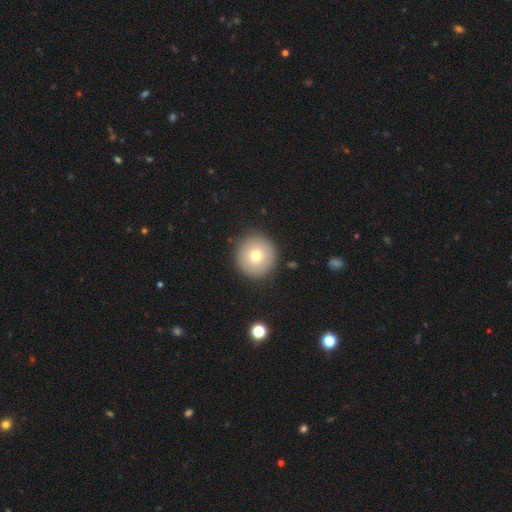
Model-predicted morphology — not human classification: A smooth galaxy with no disk features (74%) that is round (95%). Merging: none (90%).